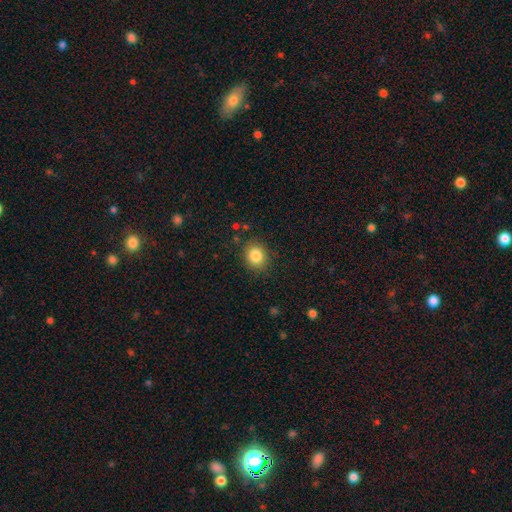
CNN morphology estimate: The model was most divided on "how rounded": round: 73%, in between: 27%, cigar-shaped: 1%. More confident: merging — none (86%); smooth or featured — smooth (85%).